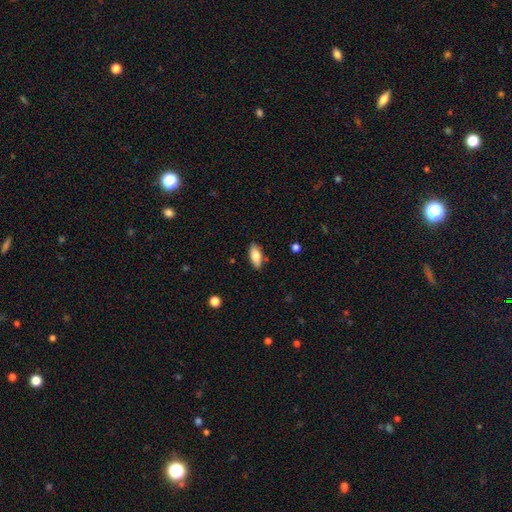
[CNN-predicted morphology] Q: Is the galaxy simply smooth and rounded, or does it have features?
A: smooth — 81%.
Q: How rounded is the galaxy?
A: in between — 86%.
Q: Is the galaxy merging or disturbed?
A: none — 83%.